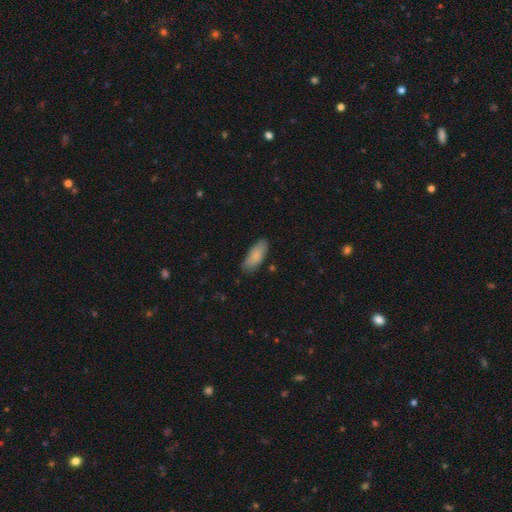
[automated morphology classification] Smooth or featured? Predicted: smooth (p=0.84). How rounded? Predicted: in between (p=0.82). Merging? Predicted: none (p=0.77).